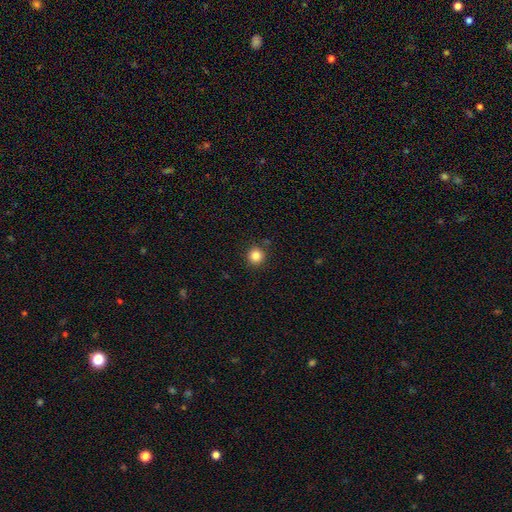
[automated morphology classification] This is clearly a smooth galaxy (84%). How rounded: clearly round (95%). Merging: clearly none (90%).